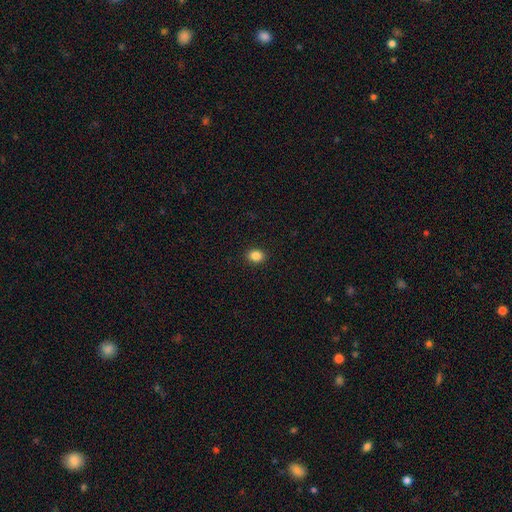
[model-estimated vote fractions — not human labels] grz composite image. It shows a smooth galaxy with no disk features (86%) that is in between round and cigar-shaped (57%). Merging: none (91%).